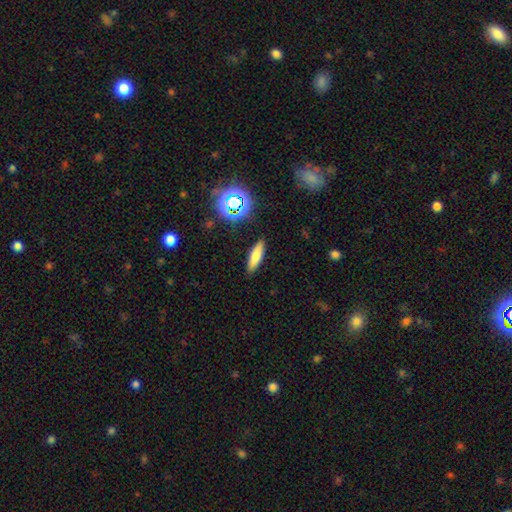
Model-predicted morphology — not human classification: Smooth or featured? smooth (70%)
How rounded? cigar-shaped (62%)
Merging? none (88%)